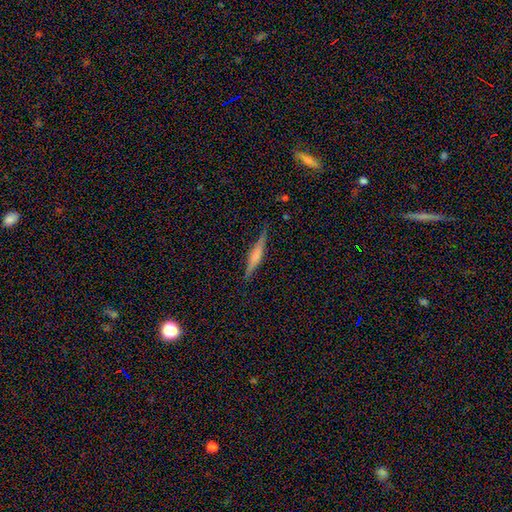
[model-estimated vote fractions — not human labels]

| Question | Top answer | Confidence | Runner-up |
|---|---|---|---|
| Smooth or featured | featured or disk | 54% | smooth (38%) |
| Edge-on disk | yes | 97% | no (3%) |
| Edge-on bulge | rounded | 47% | none (28%) |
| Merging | none | 87% | minor disturbance (10%) |